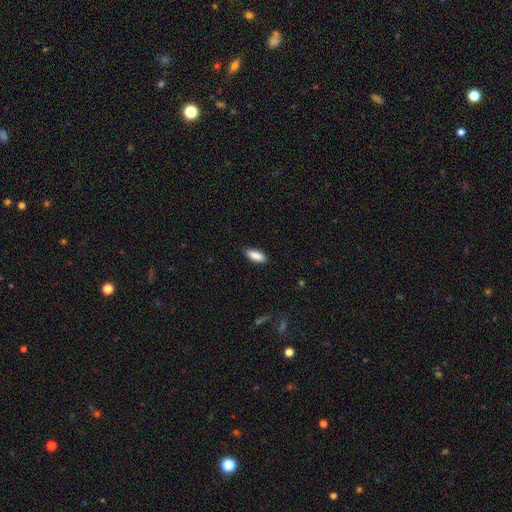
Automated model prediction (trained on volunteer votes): Smooth or featured: smooth — 89% (star or artifact — 6%)
How rounded: in between — 72% (cigar-shaped — 26%)
Merging: none — 87% (minor disturbance — 10%)